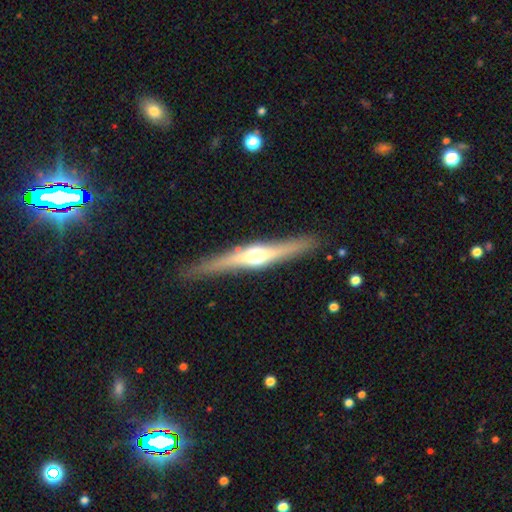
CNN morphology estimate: A featured or disk galaxy (73%) viewed edge-on (96%) with a rounded central bulge (93%).

Vote fractions:
- Smooth or featured? featured or disk: 73% / smooth: 21% / star or artifact: 5%
- Edge-on disk? yes: 96% / no: 4%
- Edge-on bulge? rounded: 93% / boxy: 4% / none: 3%
- Merging? none: 85% / minor disturbance: 11% / major disturbance: 2% / merger: 2%